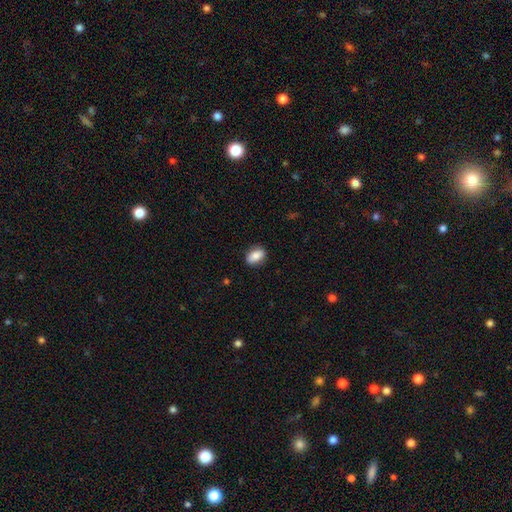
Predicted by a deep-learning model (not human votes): Overall: smooth (84%). How rounded: in between (85%). Merging: none (85%).